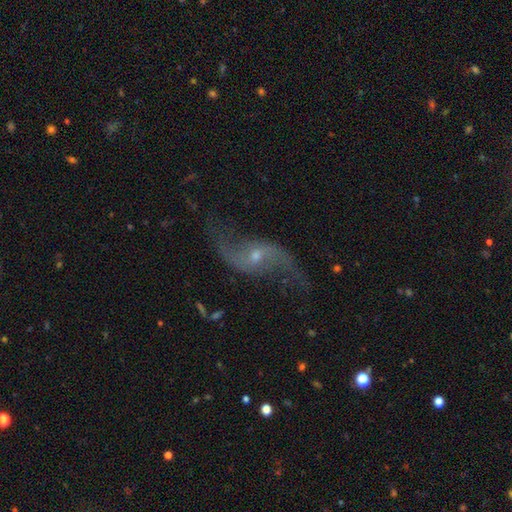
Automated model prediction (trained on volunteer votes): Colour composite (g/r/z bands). It shows a featured or disk galaxy (89%) with no bar (48%), 2 (94%) loose (88%) spiral arms (96%) and a small central bulge (57%). Merging: none (75%).